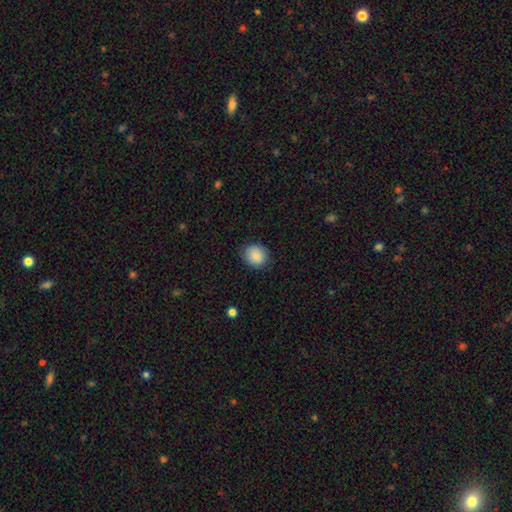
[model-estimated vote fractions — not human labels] This appears to be a smooth galaxy with no disk features (88%) that is round (73%). Merging: none (86%).